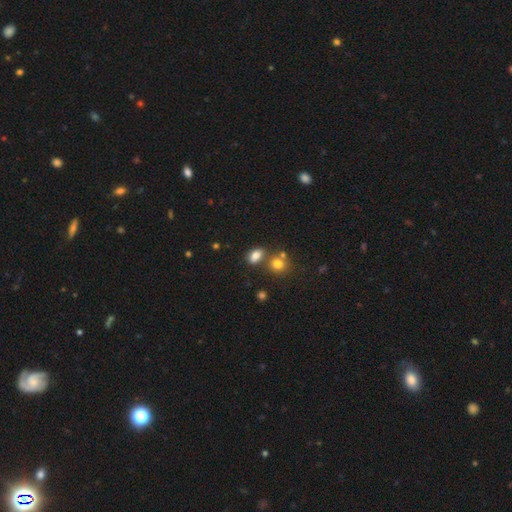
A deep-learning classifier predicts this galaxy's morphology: smooth-or-featured: smooth: 79% | star or artifact: 12% | featured or disk: 8%
  how-rounded: in between: 81% | round: 17% | cigar-shaped: 2%
  merging: none: 63% | merger: 20% | minor disturbance: 13% | major disturbance: 4%